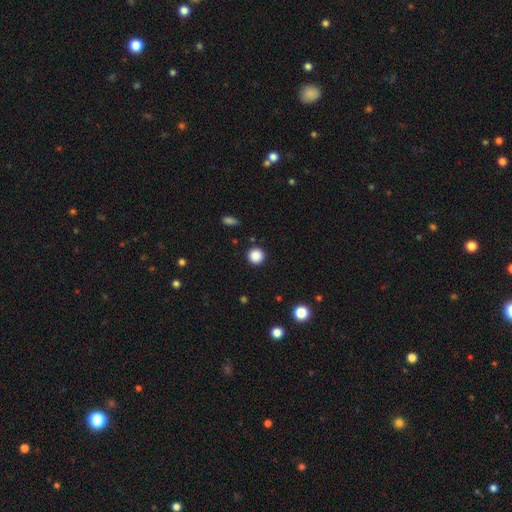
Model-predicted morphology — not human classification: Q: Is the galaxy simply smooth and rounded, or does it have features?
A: smooth — 87%.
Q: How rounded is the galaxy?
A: round — 95%.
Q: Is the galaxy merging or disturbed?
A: none — 90%.